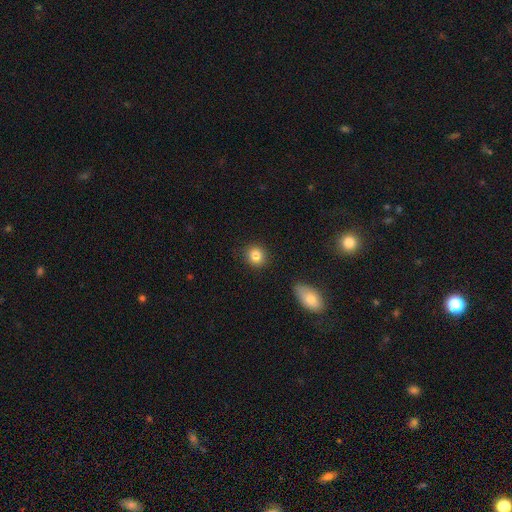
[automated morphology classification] smooth-or-featured: smooth: 84% | star or artifact: 10% | featured or disk: 6%
  how-rounded: round: 85% | in between: 14% | cigar-shaped: 1%
  merging: none: 88% | minor disturbance: 8% | major disturbance: 2% | merger: 2%